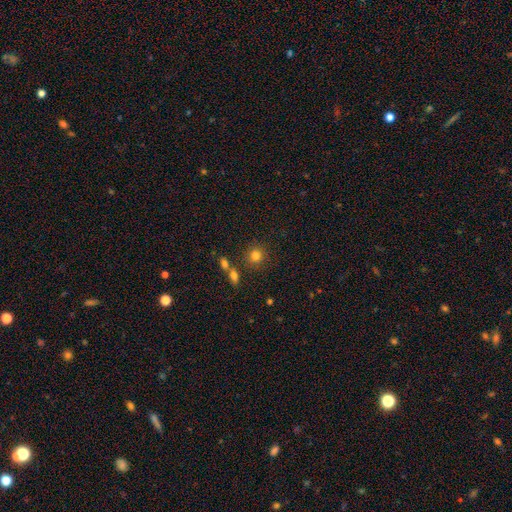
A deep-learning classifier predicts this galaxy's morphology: Smooth or featured?
  - smooth: 80% *
  - star or artifact: 13%
  - featured or disk: 7%
How rounded?
  - round: 89% *
  - in between: 10%
  - cigar-shaped: 1%
Merging?
  - none: 80% *
  - minor disturbance: 8%
  - merger: 8%
  - major disturbance: 3%